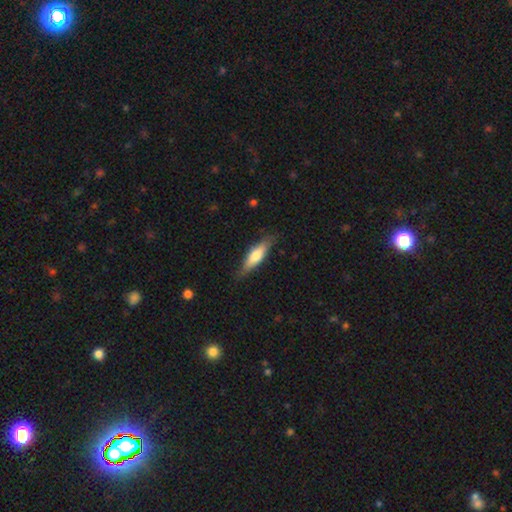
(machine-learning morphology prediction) Smooth or featured: smooth — 60% (featured or disk — 34%)
How rounded: cigar-shaped — 64% (in between — 34%)
Merging: none — 82% (minor disturbance — 14%)